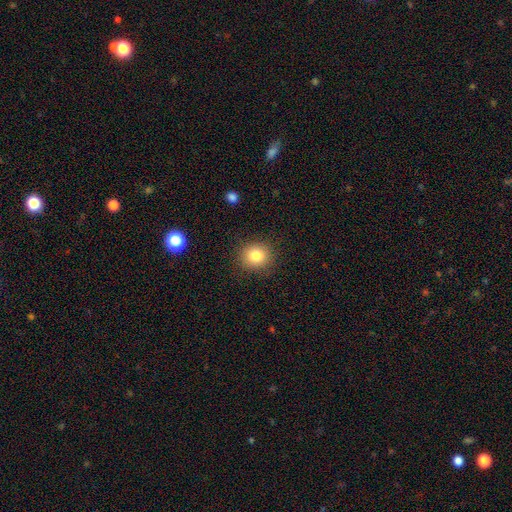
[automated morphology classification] This is clearly a smooth galaxy (82%). How rounded: clearly round (84%). Merging: clearly none (89%).